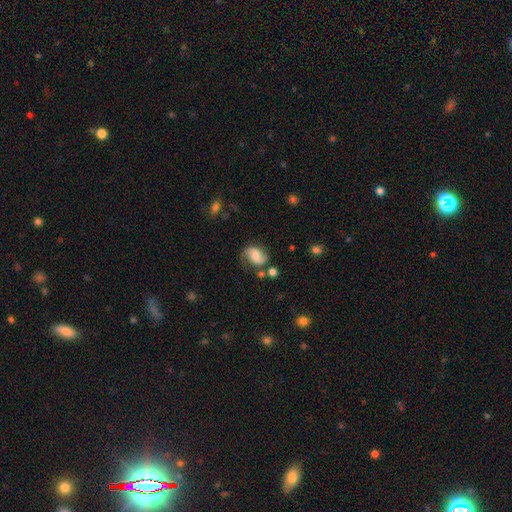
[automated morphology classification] Smooth or featured? featured or disk (62%)
Edge-on disk? no (97%)
Bar? no (55%)
Spiral arms? yes (92%)
Spiral winding? medium (43%)
Spiral arm count? 2 (86%)
Bulge size? moderate (44%)
Merging? none (63%)